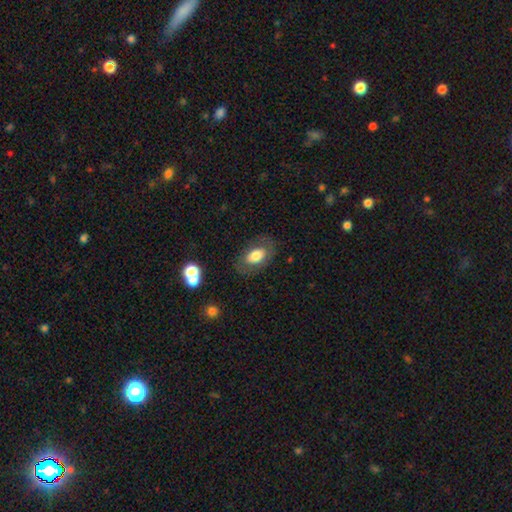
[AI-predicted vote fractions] smooth-or-featured: smooth: 69% | featured or disk: 23% | star or artifact: 8%
  how-rounded: in between: 89% | round: 9% | cigar-shaped: 2%
  merging: none: 76% | minor disturbance: 14% | major disturbance: 8% | merger: 2%